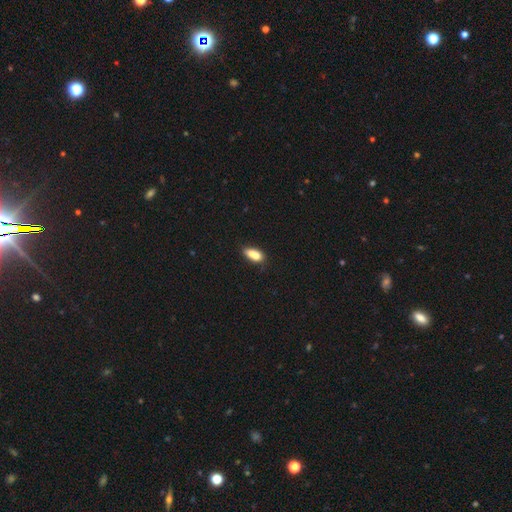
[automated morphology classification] Q: Smooth or featured?
A: smooth (77%); runner-up: featured or disk (14%)
Q: How rounded?
A: in between (81%); runner-up: cigar-shaped (12%)
Q: Merging?
A: none (40%); runner-up: merger (33%)